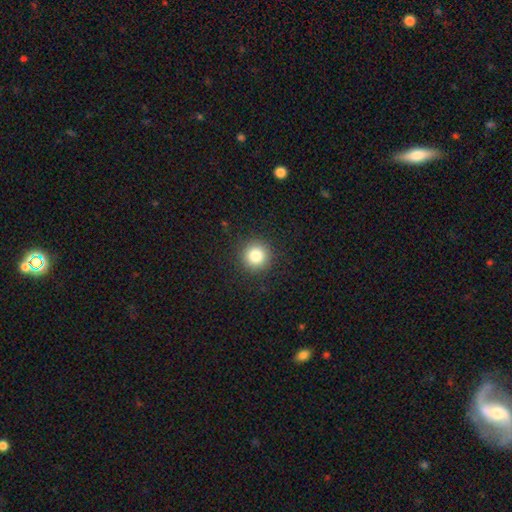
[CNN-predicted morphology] Smooth or featured?
  - smooth: 83% *
  - star or artifact: 11%
  - featured or disk: 6%
How rounded?
  - round: 95% *
  - in between: 4%
  - cigar-shaped: 1%
Merging?
  - none: 91% *
  - minor disturbance: 6%
  - major disturbance: 2%
  - merger: 1%